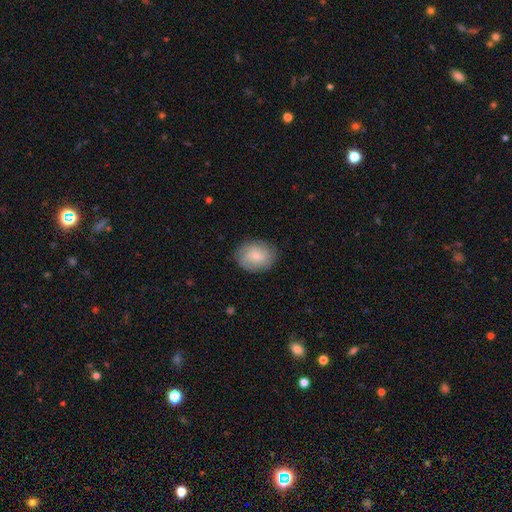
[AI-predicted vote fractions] Overall: smooth (55%; featured or disk 38%). How rounded: in between (58%; round 41%). Merging: none (83%).